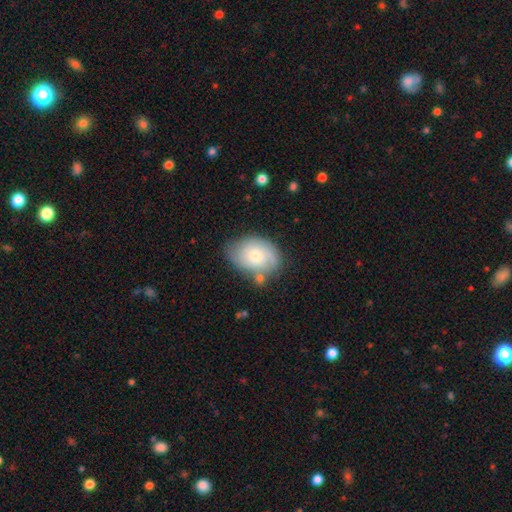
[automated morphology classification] A smooth galaxy with no disk features (54%) that is in between round and cigar-shaped (73%). Merging: none (62%).